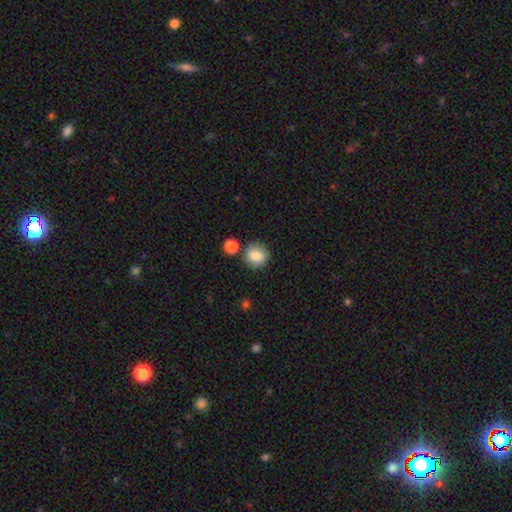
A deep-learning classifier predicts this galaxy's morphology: A smooth galaxy with no disk features (85%) that is round (84%).

Vote fractions:
- Smooth or featured? smooth: 85% / star or artifact: 8% / featured or disk: 7%
- How rounded? round: 84% / in between: 15% / cigar-shaped: 1%
- Merging? none: 77% / minor disturbance: 11% / merger: 9% / major disturbance: 3%